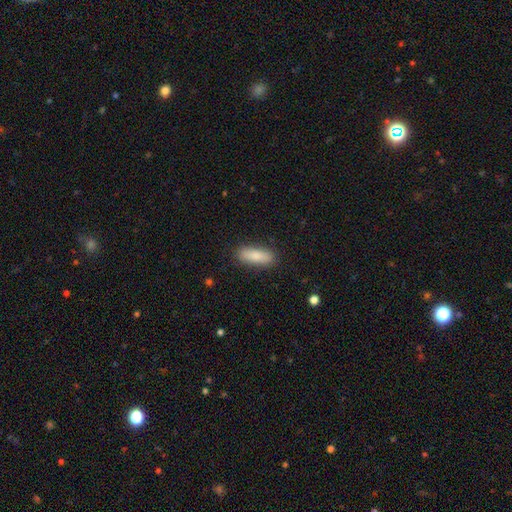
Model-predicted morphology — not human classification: smooth-or-featured: smooth: 84% | featured or disk: 10% | star or artifact: 6%
  how-rounded: in between: 63% | cigar-shaped: 35% | round: 2%
  merging: none: 87% | minor disturbance: 9% | major disturbance: 2% | merger: 1%